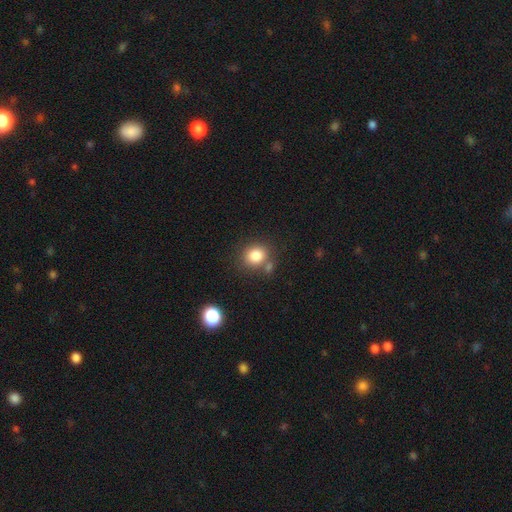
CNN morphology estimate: smooth 83%, star or artifact 11%, featured or disk 7%. Down the decision tree: how rounded — round (73%); merging — none (70%).